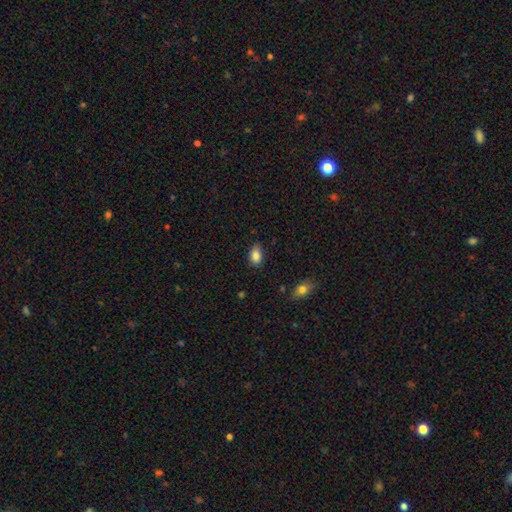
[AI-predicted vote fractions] smooth 86%, star or artifact 8%, featured or disk 6%. Down the decision tree: how rounded — in between (87%); merging — none (79%).